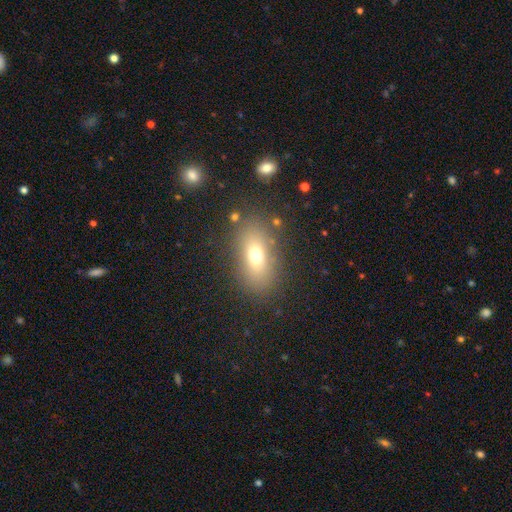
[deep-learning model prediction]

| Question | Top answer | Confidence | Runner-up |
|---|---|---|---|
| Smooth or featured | smooth | 69% | featured or disk (18%) |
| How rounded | in between | 79% | round (13%) |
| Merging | none | 82% | minor disturbance (10%) |